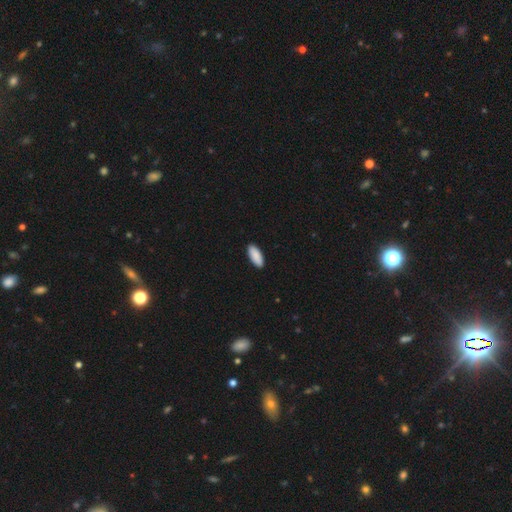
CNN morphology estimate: The model was most divided on "how rounded": in between: 84%, cigar-shaped: 14%, round: 2%. More confident: smooth or featured — smooth (91%); merging — none (91%).